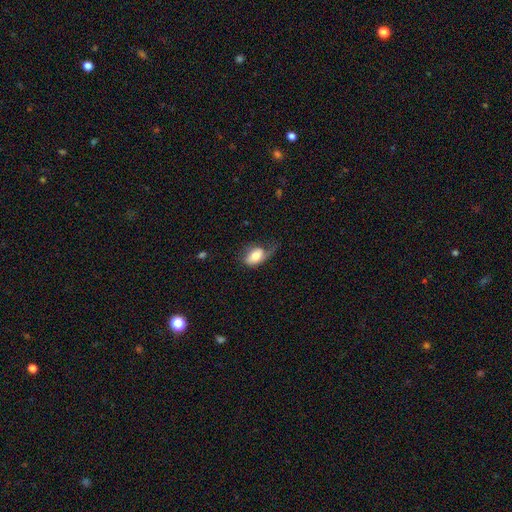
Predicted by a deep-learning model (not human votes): smooth_or_featured: smooth (p=0.69) [alt: featured or disk p=0.24]
how_rounded: in between (p=0.85) [alt: round p=0.13]
merging: major disturbance (p=0.34) [alt: minor disturbance p=0.32]